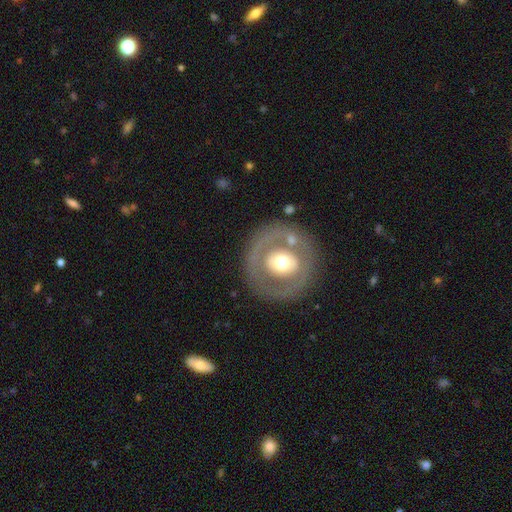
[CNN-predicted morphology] smooth-or-featured: featured or disk: 62% | smooth: 31% | star or artifact: 7%
  disk-edge-on: no: 94% | yes: 6%
    bar: no: 64% | weak: 24% | strong: 12%
    has-spiral-arms: no: 70% | yes: 30%
    bulge-size: moderate: 67% | large: 20% | small: 10% | dominant: 2% | none: 1%
  merging: none: 80% | minor disturbance: 12% | major disturbance: 6% | merger: 2%